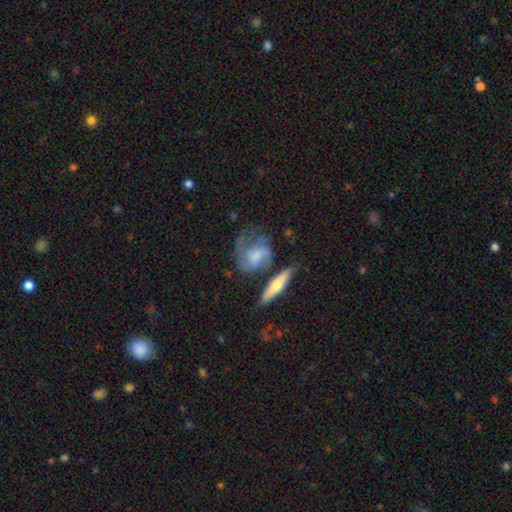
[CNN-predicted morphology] A featured or disk galaxy (54%). Merging: none (41%).